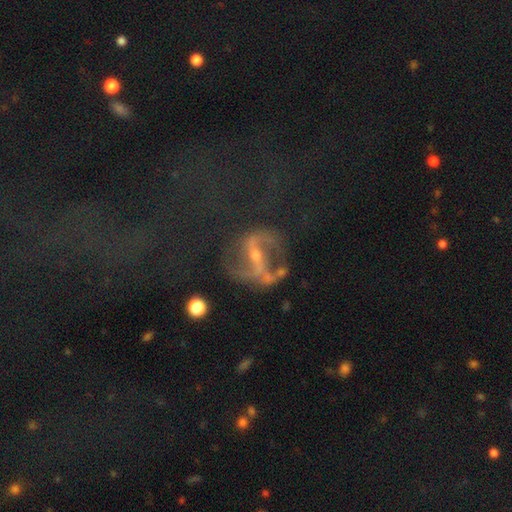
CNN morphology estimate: type=featured or disk (73%); edge-on=no (92%); bar=strong (54%); spiral arms=yes (82%); winding=loose (45%); arm count=2 (86%); bulge=small (65%); merging=none (55%).